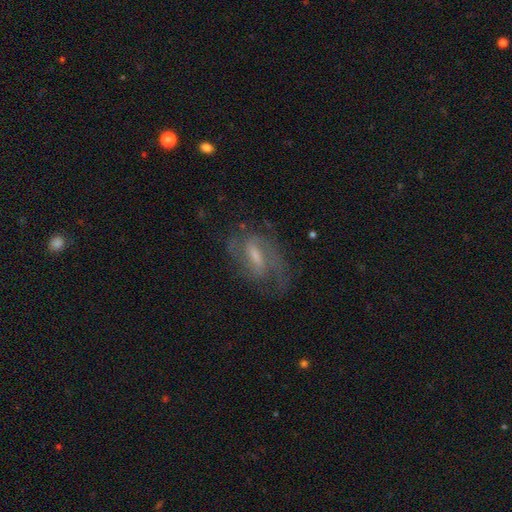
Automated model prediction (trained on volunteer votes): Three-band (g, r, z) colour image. It shows a featured or disk galaxy (76%) with a weak bar (50%), 2 (64%) medium (49%) spiral arms (89%) and a moderate central bulge (40%). Merging: none (62%).